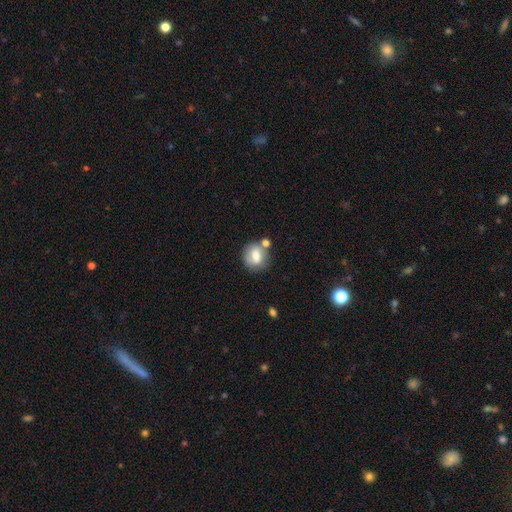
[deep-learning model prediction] This is likely a smooth galaxy (71%). How rounded: possibly round (60%). Merging: possibly none (58%).